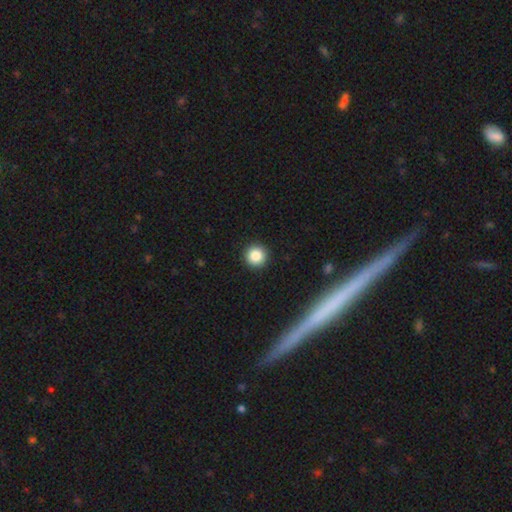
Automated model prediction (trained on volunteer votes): A smooth galaxy with no disk features (85%) that is round (96%). Merging: none (93%).